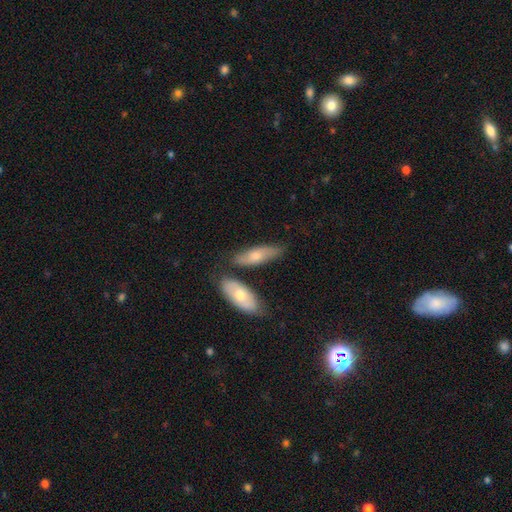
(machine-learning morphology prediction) The model was most divided on "how rounded": in between: 57%, cigar-shaped: 40%, round: 3%. More confident: merging — none (63%); smooth or featured — smooth (60%).